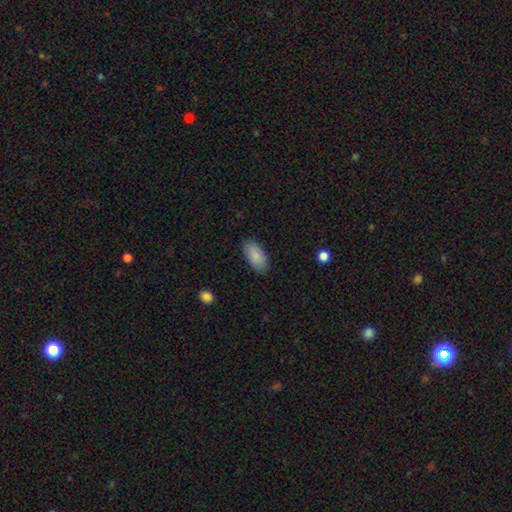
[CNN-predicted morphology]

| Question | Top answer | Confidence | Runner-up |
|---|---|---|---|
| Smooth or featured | smooth | 87% | featured or disk (7%) |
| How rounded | in between | 94% | cigar-shaped (4%) |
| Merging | none | 85% | minor disturbance (11%) |